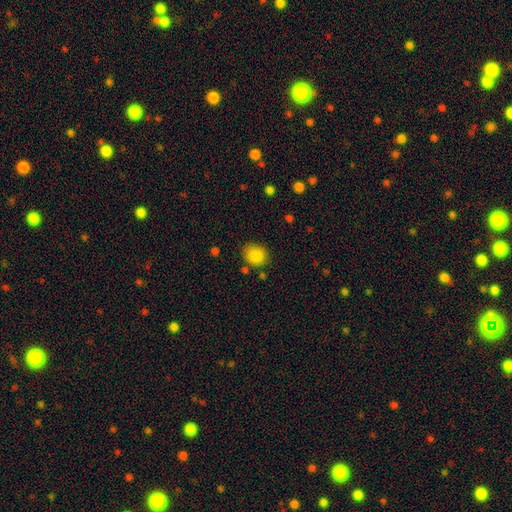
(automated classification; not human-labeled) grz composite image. It shows a smooth galaxy with no disk features (87%) that is round (68%). Merging: none (77%).